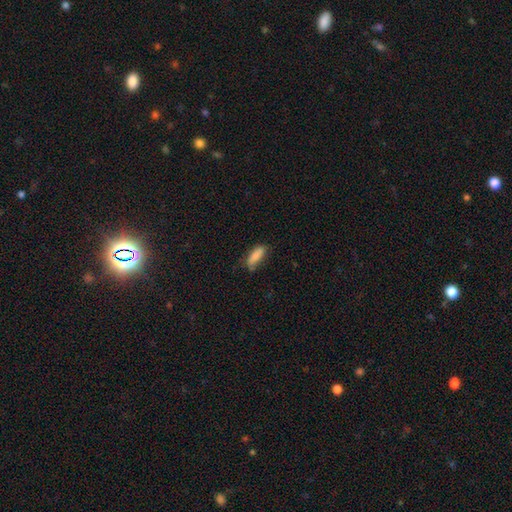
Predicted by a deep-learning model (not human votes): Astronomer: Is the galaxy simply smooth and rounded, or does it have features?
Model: smooth — 81%.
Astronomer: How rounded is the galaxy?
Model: in between — 66%.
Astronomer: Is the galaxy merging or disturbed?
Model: none — 61%.